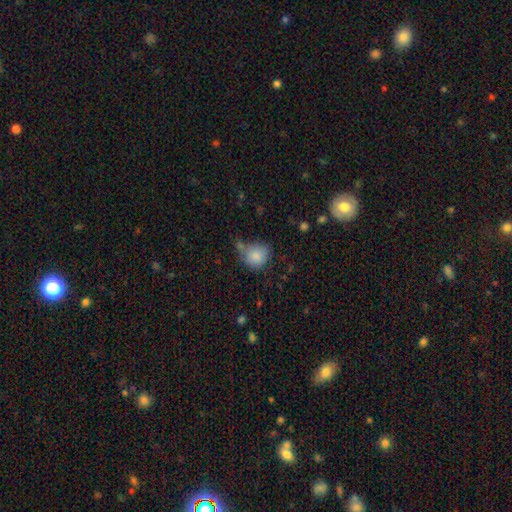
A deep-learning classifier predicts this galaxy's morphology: smooth-or-featured: smooth: 84% | star or artifact: 9% | featured or disk: 7%
  how-rounded: round: 78% | in between: 21% | cigar-shaped: 1%
  merging: none: 51% | minor disturbance: 24% | merger: 16% | major disturbance: 8%